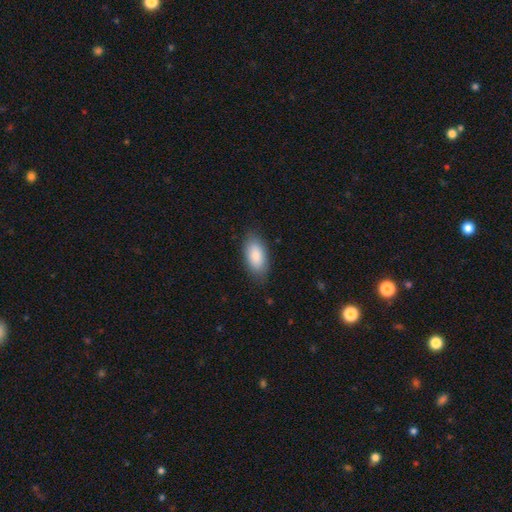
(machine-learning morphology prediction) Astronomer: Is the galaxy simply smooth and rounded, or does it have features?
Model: smooth — 87%.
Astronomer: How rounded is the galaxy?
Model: in between — 91%.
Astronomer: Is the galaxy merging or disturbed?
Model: none — 84%.